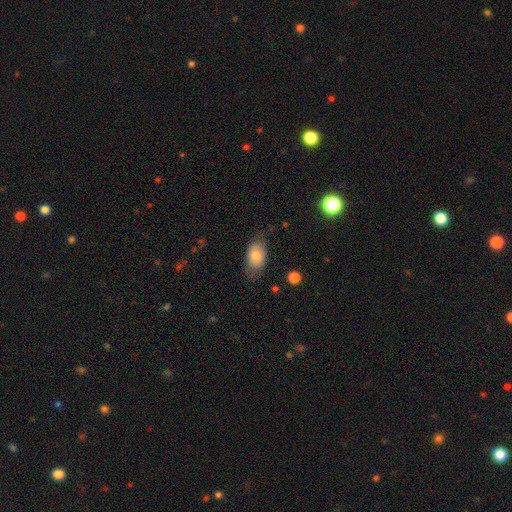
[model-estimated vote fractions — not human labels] smooth_or_featured: smooth (p=0.77) [alt: featured or disk p=0.16]
how_rounded: in between (p=0.90) [alt: round p=0.07]
merging: none (p=0.70) [alt: minor disturbance p=0.22]